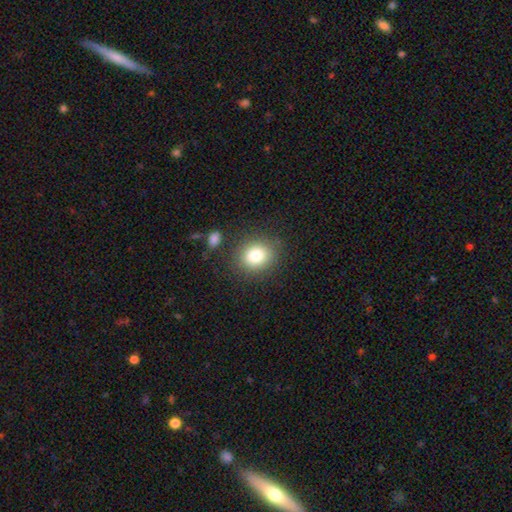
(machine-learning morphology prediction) Smooth or featured? smooth (82%)
How rounded? round (71%)
Merging? none (83%)